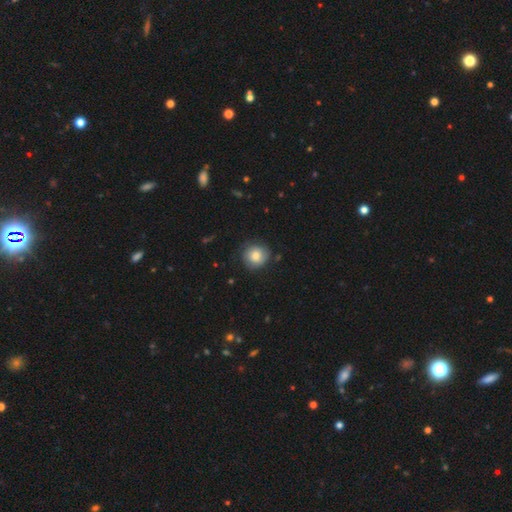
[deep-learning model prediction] smooth_or_featured: smooth (p=0.75) [alt: featured or disk p=0.17]
how_rounded: round (p=0.89) [alt: in between p=0.11]
merging: none (p=0.78) [alt: minor disturbance p=0.16]